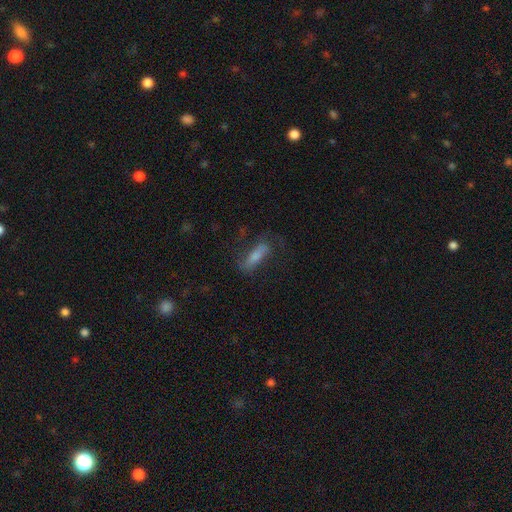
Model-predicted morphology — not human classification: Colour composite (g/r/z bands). It shows a smooth galaxy with no disk features (51%) that is cigar-shaped (60%). Merging: none (63%).